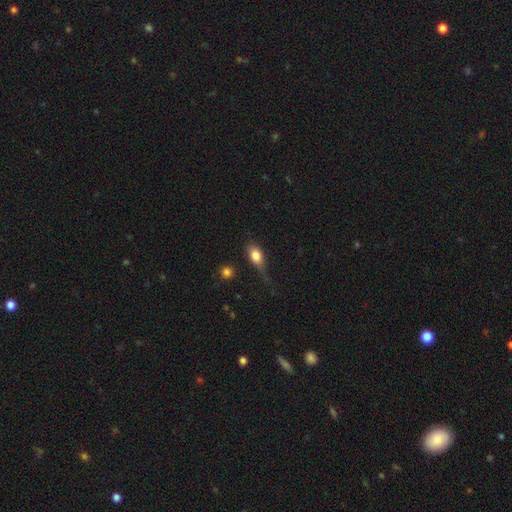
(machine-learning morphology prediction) This is likely a smooth galaxy (79%). How rounded: likely in between (75%). Merging: marginally none (41%).